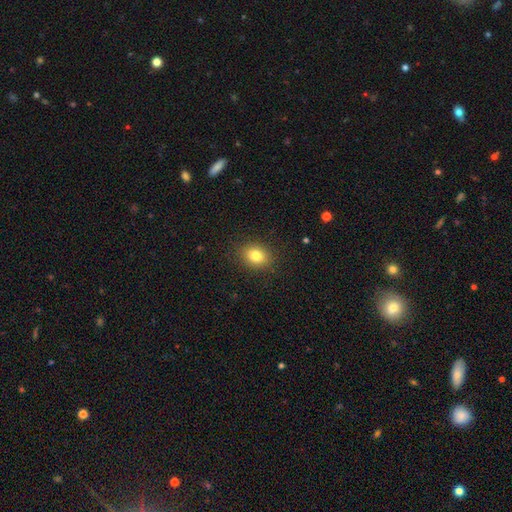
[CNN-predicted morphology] Smooth or featured: smooth — 81% (star or artifact — 11%)
How rounded: in between — 55% (round — 44%)
Merging: none — 88% (minor disturbance — 8%)